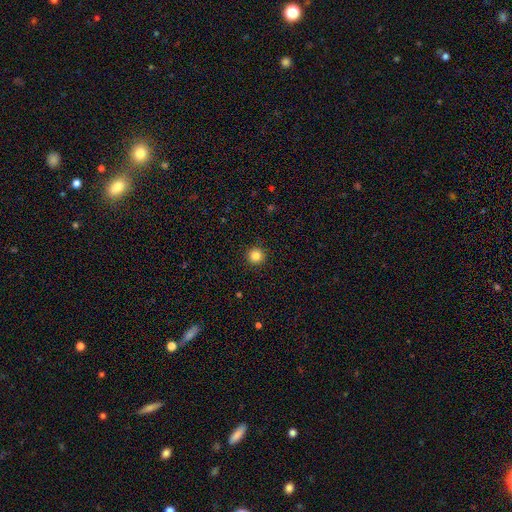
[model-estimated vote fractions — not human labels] This appears to be a smooth galaxy with no disk features (85%) that is round (96%). Merging: none (93%).